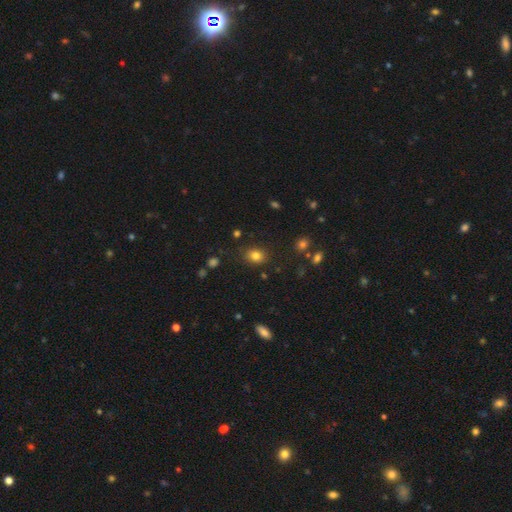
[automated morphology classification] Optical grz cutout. It shows a smooth galaxy with no disk features (81%) that is in between round and cigar-shaped (51%). Merging: none (83%).